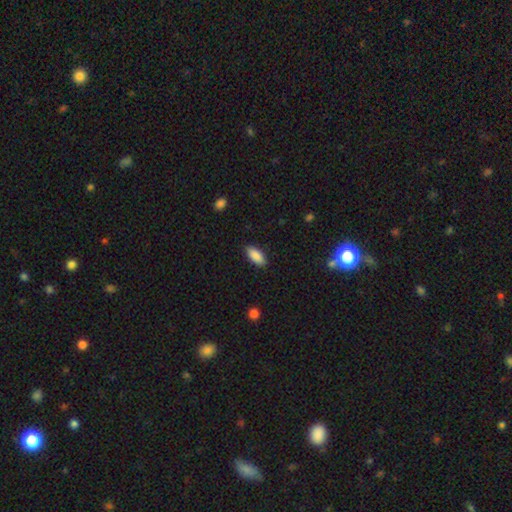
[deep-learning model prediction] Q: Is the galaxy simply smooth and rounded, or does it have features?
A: smooth — 89%.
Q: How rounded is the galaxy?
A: in between — 89%.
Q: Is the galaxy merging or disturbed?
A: none — 88%.